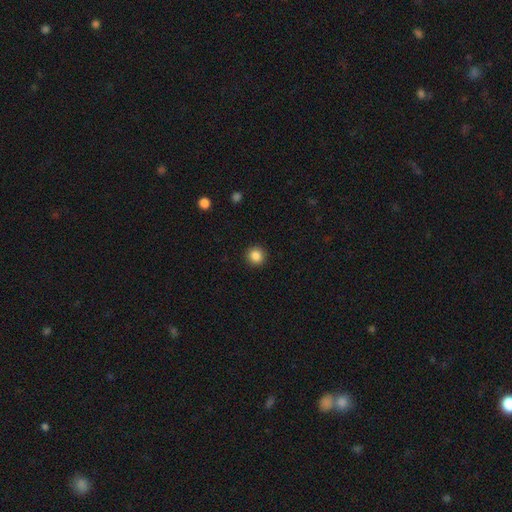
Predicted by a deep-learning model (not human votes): Morphology: type=smooth (86%); roundness=round (94%); merging=none (93%).